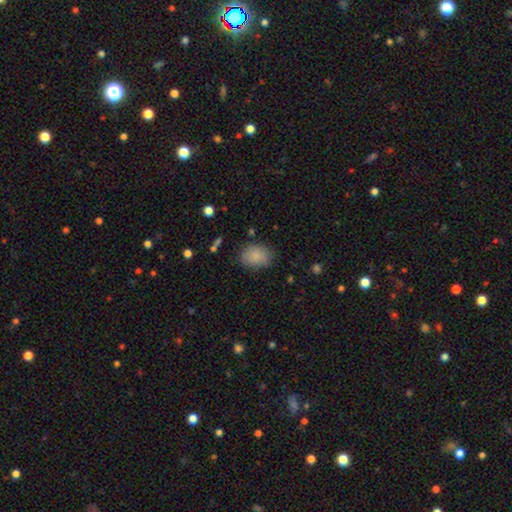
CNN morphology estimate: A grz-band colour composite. It shows a smooth galaxy with no disk features (86%) that is in between round and cigar-shaped (69%). Merging: none (80%).